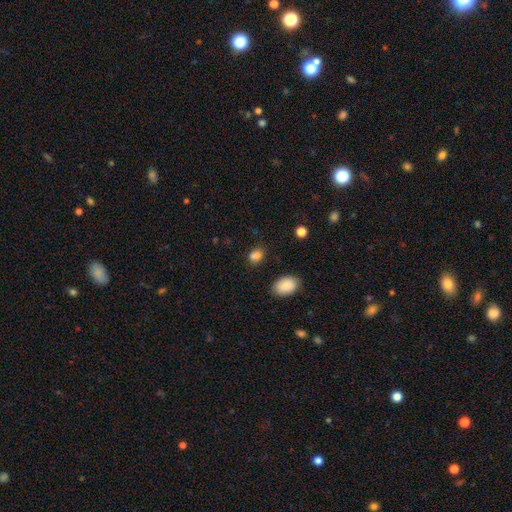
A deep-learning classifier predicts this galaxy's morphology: Smooth or featured? smooth (82%)
How rounded? in between (63%)
Merging? none (68%)